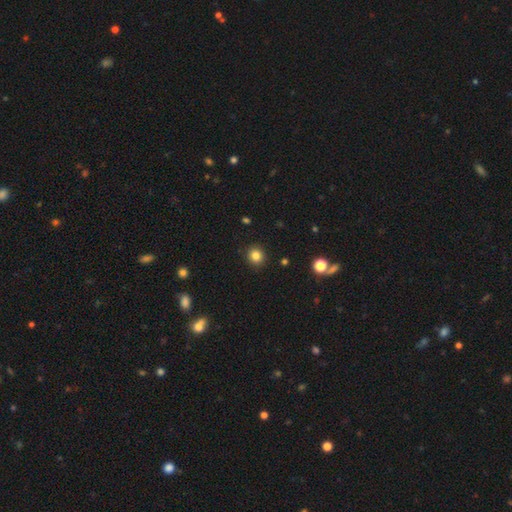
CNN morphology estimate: Smooth or featured? smooth (83%)
How rounded? round (88%)
Merging? none (92%)